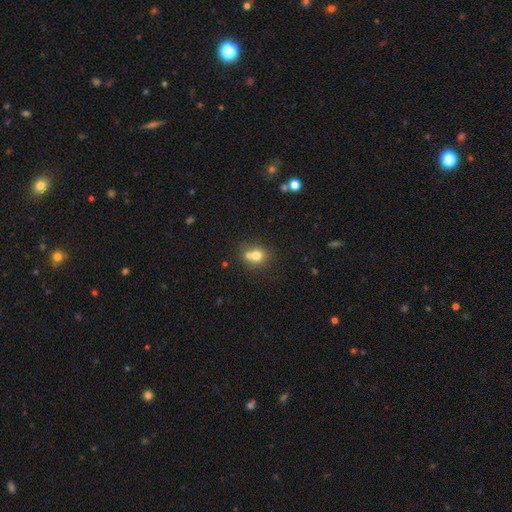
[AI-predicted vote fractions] A smooth galaxy with no disk features (72%) that is round (73%).

Vote fractions:
- Smooth or featured? smooth: 72% / featured or disk: 15% / star or artifact: 12%
- How rounded? round: 73% / in between: 26% / cigar-shaped: 1%
- Merging? merger: 48% / none: 41% / minor disturbance: 8% / major disturbance: 3%